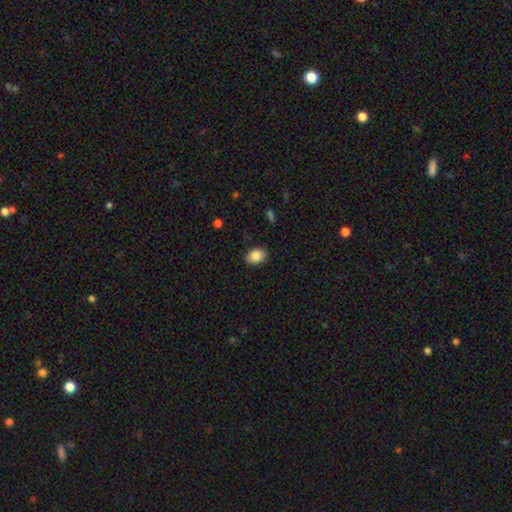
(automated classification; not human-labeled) The model was most divided on "how rounded": in between: 69%, round: 30%, cigar-shaped: 1%. More confident: smooth or featured — smooth (88%); merging — none (87%).